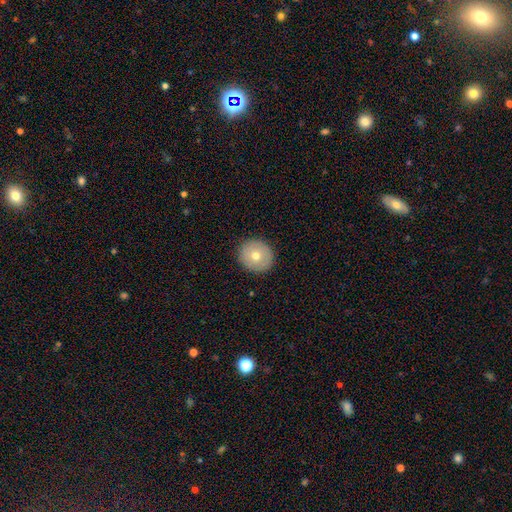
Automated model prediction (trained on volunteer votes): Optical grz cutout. It shows a smooth galaxy with no disk features (67%) that is round (89%). Merging: none (91%).